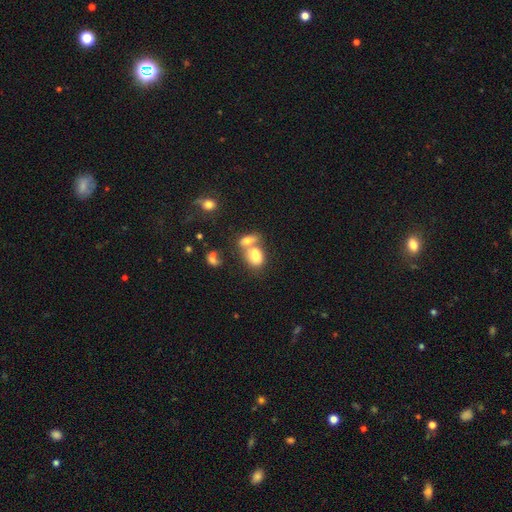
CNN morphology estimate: This is likely a smooth galaxy (75%). How rounded: likely in between (68%). Merging: possibly merger (58%).